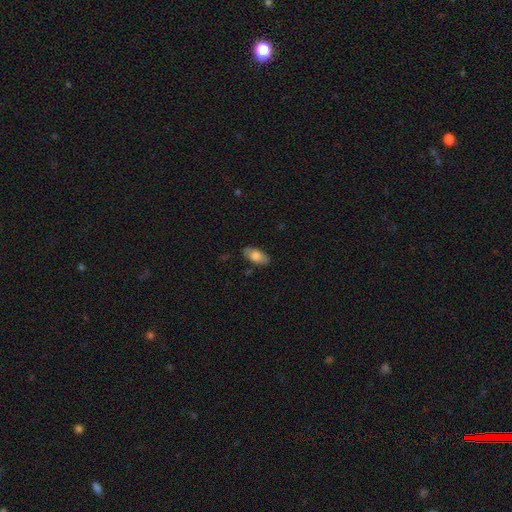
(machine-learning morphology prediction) Smooth or featured? smooth (76%)
How rounded? in between (91%)
Merging? none (82%)